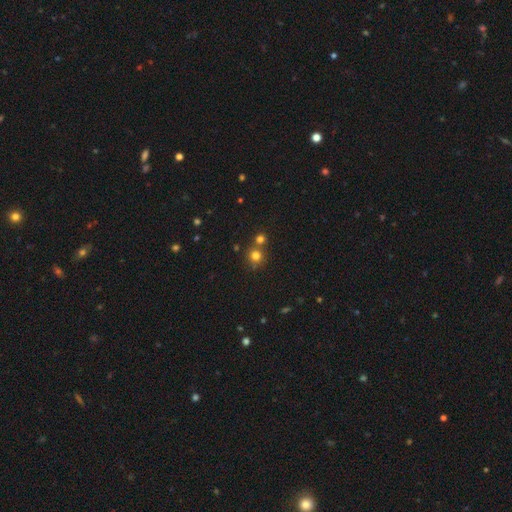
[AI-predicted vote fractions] Smooth or featured? Predicted: smooth (p=0.76). How rounded? Predicted: round (p=0.91). Merging? Predicted: none (p=0.66).